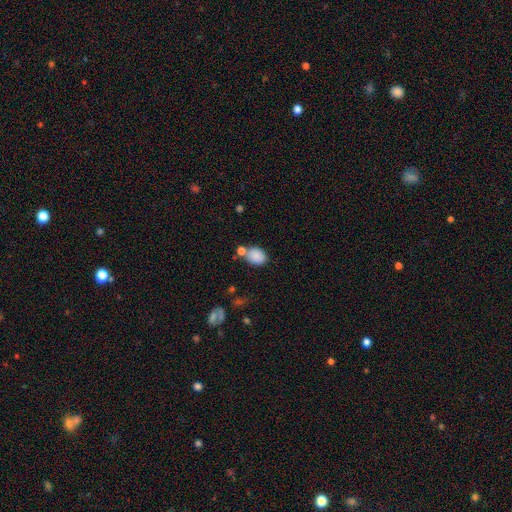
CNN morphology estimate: Smooth or featured: smooth — 85% (star or artifact — 9%)
How rounded: in between — 62% (round — 36%)
Merging: none — 58% (merger — 22%)